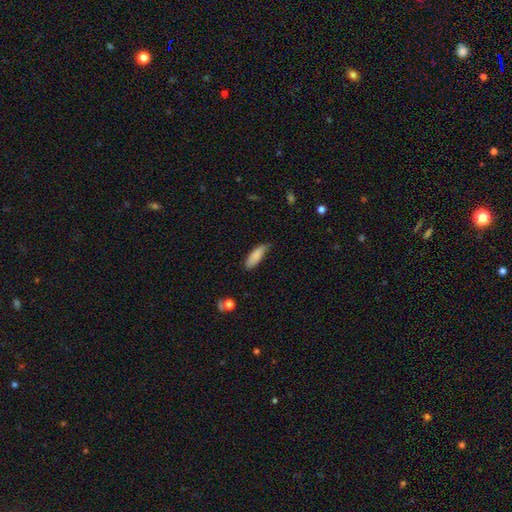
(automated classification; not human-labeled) The model was most divided on "merging": none: 56%, minor disturbance: 36%, major disturbance: 6%, merger: 2%. More confident: smooth or featured — smooth (84%); how rounded — in between (64%).